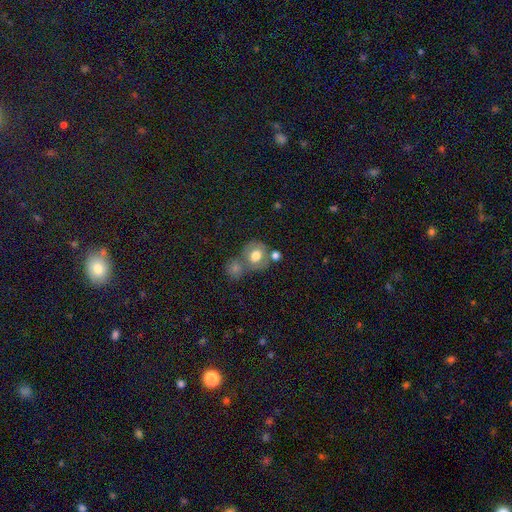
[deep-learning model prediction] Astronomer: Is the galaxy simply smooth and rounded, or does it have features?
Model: smooth — 65%.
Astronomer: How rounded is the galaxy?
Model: round — 71%.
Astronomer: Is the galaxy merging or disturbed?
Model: none — 45% (runner-up: merger, 35%).